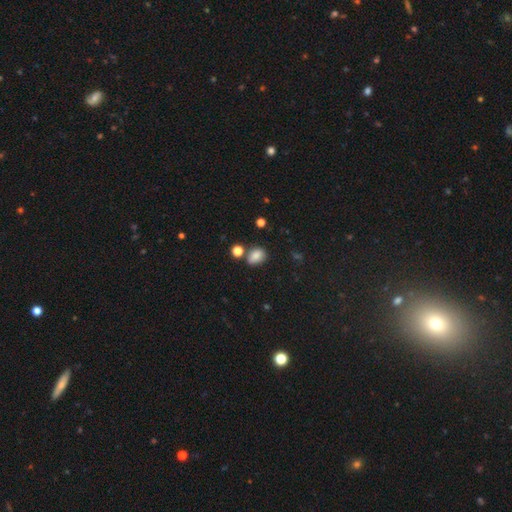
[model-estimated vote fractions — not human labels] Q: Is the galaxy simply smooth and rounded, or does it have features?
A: smooth — 81%.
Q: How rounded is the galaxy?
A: in between — 67%.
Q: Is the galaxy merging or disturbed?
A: none — 62%.